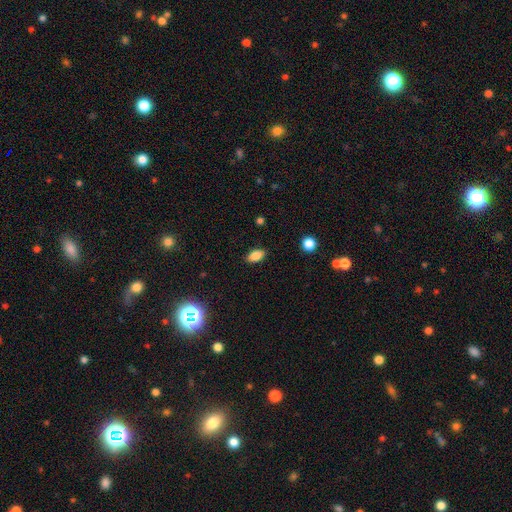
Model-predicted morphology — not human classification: Overall: smooth (86%). How rounded: in between (90%). Merging: none (87%).